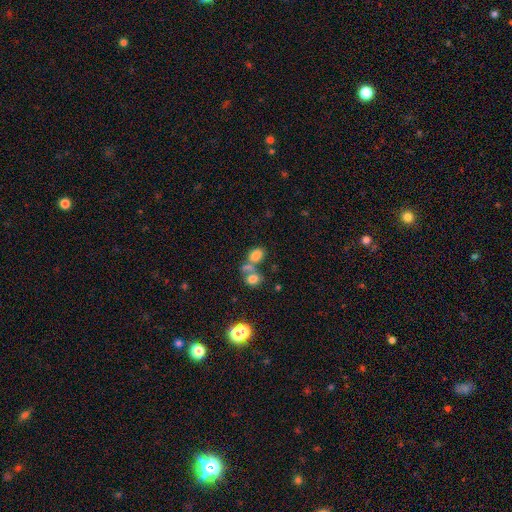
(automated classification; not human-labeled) A smooth galaxy with no disk features (77%) that is in between round and cigar-shaped (72%). Merging: merger (47%).